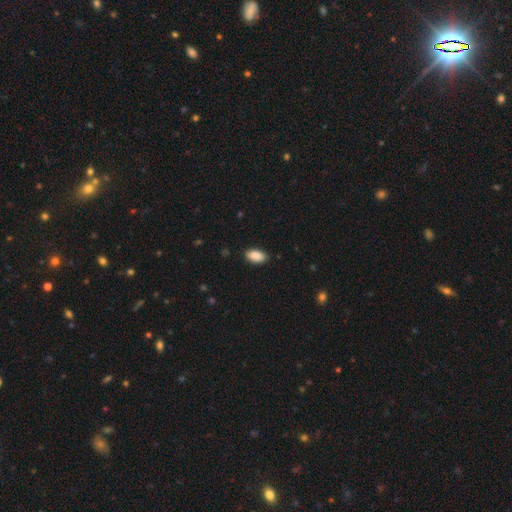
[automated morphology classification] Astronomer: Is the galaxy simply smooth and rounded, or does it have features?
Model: smooth — 90%.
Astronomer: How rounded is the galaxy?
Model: in between — 94%.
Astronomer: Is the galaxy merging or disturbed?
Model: none — 86%.